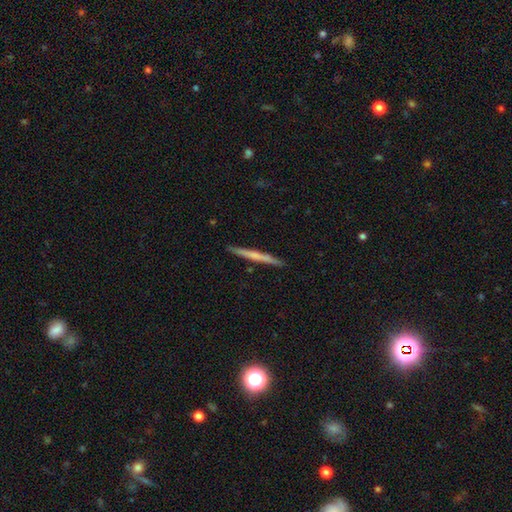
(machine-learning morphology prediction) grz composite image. It shows a featured or disk galaxy (48%). Merging: none (91%).